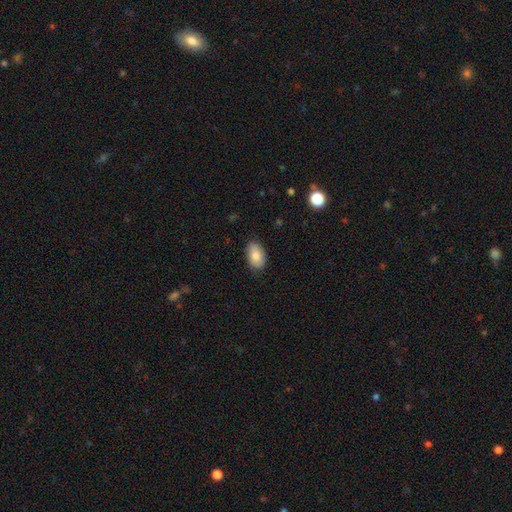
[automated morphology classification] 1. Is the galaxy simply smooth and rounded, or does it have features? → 85% smooth, 8% featured or disk, 7% star or artifact.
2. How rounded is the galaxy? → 91% in between, 8% round, 1% cigar-shaped.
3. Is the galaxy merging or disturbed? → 81% none, 15% minor disturbance, 3% major disturbance, 1% merger.